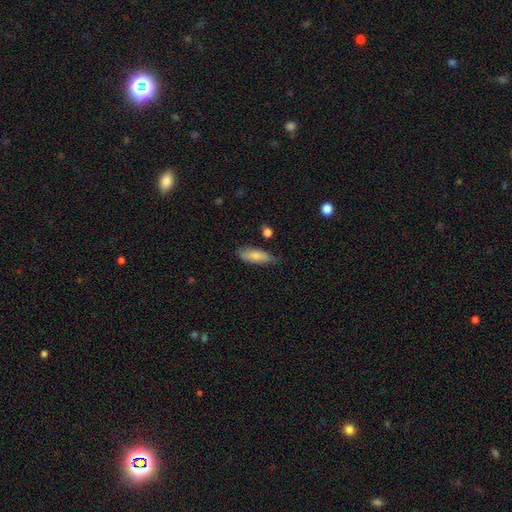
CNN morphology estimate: type=smooth (79%); roundness=in between (69%); merging=none (62%).